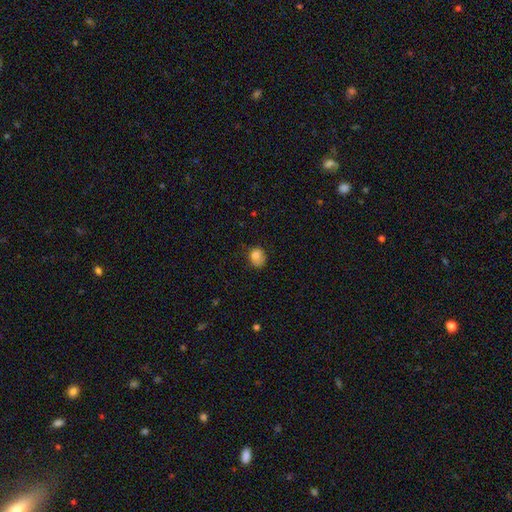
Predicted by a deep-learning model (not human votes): A smooth galaxy with no disk features (78%) that is round (58%).

Vote fractions:
- Smooth or featured? smooth: 78% / featured or disk: 11% / star or artifact: 11%
- How rounded? round: 58% / in between: 41% / cigar-shaped: 1%
- Merging? none: 51% / minor disturbance: 31% / major disturbance: 15% / merger: 4%